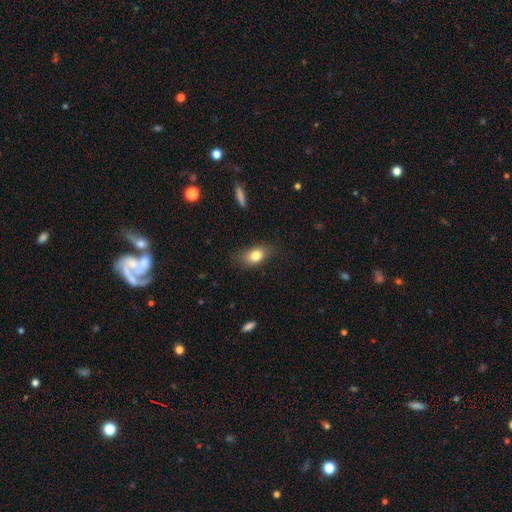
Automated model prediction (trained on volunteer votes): smooth-or-featured: smooth: 80% | featured or disk: 12% | star or artifact: 9%
  how-rounded: in between: 82% | round: 14% | cigar-shaped: 4%
  merging: none: 75% | minor disturbance: 19% | major disturbance: 5% | merger: 1%